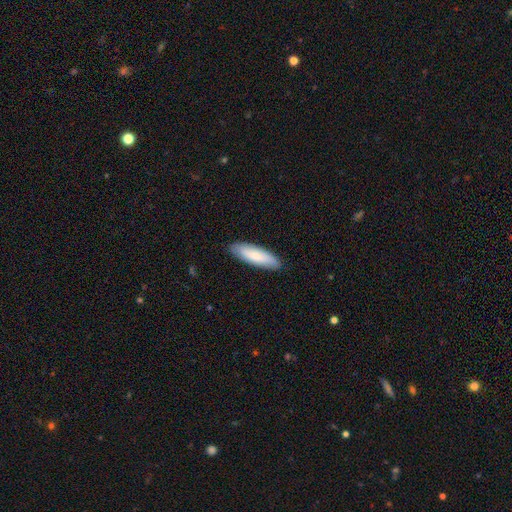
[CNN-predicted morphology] smooth_or_featured: smooth (p=0.78) [alt: featured or disk p=0.17]
how_rounded: cigar-shaped (p=0.55) [alt: in between p=0.44]
merging: none (p=0.88) [alt: minor disturbance p=0.10]